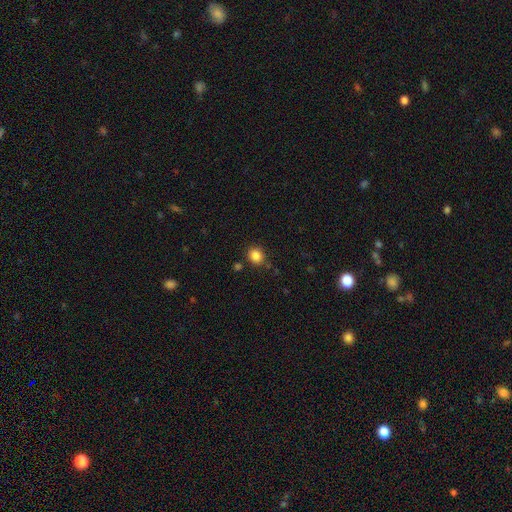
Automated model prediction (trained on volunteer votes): smooth 84%, star or artifact 11%, featured or disk 4%. Down the decision tree: how rounded — round (81%); merging — none (83%).